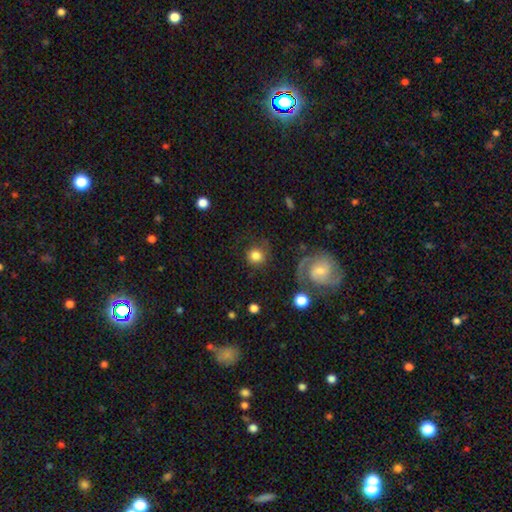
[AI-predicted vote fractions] The model was most divided on "merging": none: 71%, minor disturbance: 14%, major disturbance: 11%, merger: 4%. More confident: how rounded — round (88%); smooth or featured — smooth (76%).